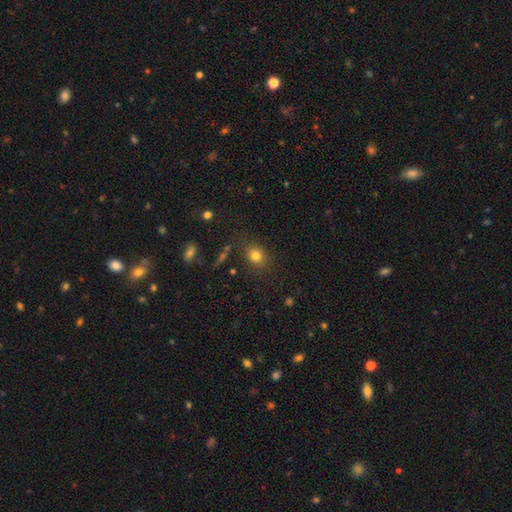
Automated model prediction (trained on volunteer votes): smooth-or-featured: smooth: 79% | star or artifact: 13% | featured or disk: 8%
  how-rounded: round: 64% | in between: 34% | cigar-shaped: 1%
  merging: none: 81% | minor disturbance: 12% | major disturbance: 4% | merger: 3%